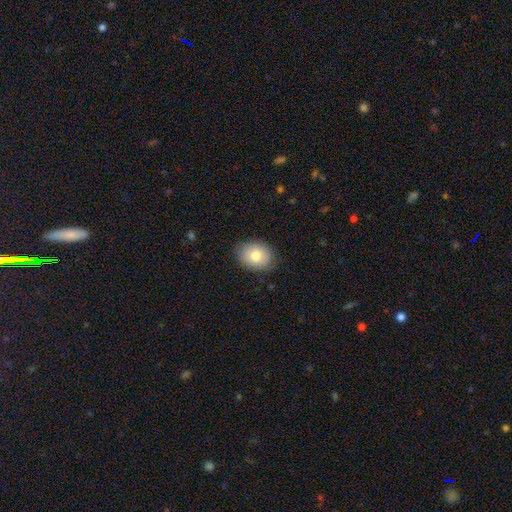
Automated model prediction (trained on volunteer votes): Smooth or featured? Predicted: smooth (p=0.79). How rounded? Predicted: in between (p=0.61). Merging? Predicted: none (p=0.85).